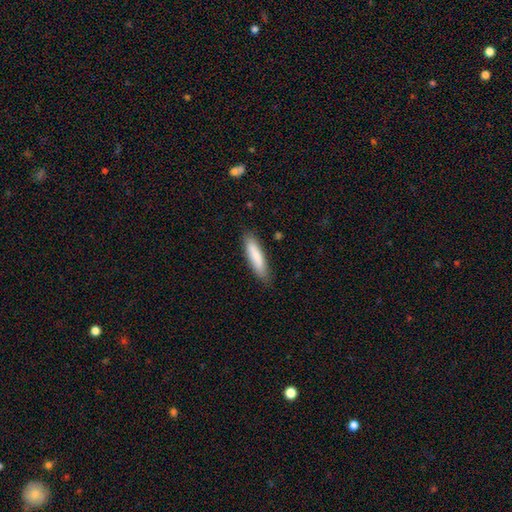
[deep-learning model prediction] Smooth or featured? smooth (83%)
How rounded? cigar-shaped (74%)
Merging? none (84%)